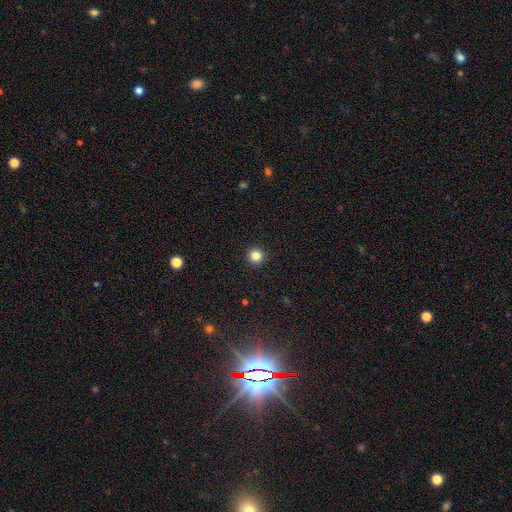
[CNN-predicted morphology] The model was most divided on "smooth or featured": smooth: 84%, star or artifact: 12%, featured or disk: 4%. More confident: how rounded — round (96%); merging — none (94%).